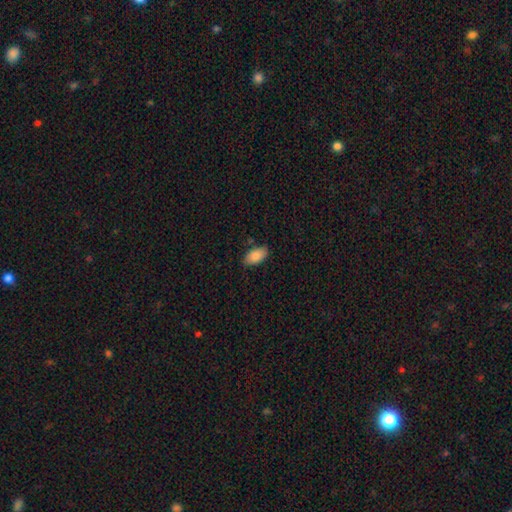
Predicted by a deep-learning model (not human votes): Smooth or featured?
  - smooth: 88% *
  - star or artifact: 7%
  - featured or disk: 5%
How rounded?
  - in between: 94% *
  - round: 3%
  - cigar-shaped: 3%
Merging?
  - none: 80% *
  - minor disturbance: 16%
  - major disturbance: 3%
  - merger: 2%